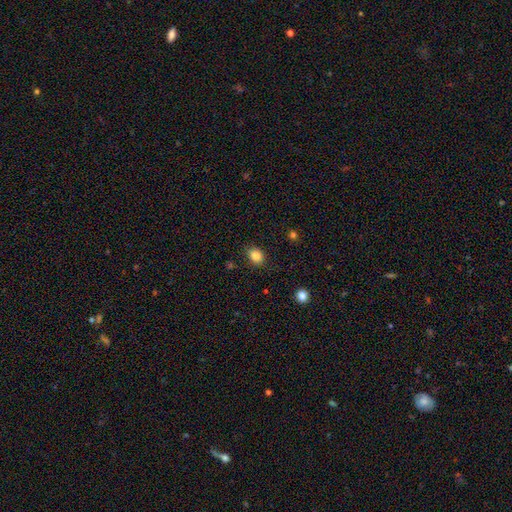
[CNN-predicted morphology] This is clearly a smooth galaxy (85%). How rounded: possibly in between (51%). Merging: clearly none (83%).